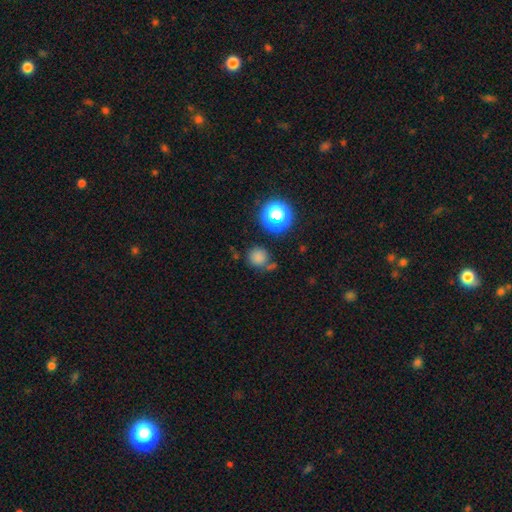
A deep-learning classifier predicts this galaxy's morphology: A smooth galaxy with no disk features (65%) that is round (89%). Merging: none (72%).